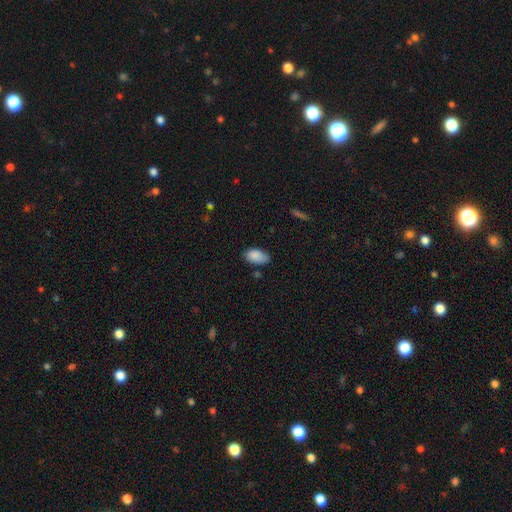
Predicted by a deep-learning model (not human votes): smooth 87%, star or artifact 7%, featured or disk 6%. Down the decision tree: how rounded — in between (94%); merging — none (67%).